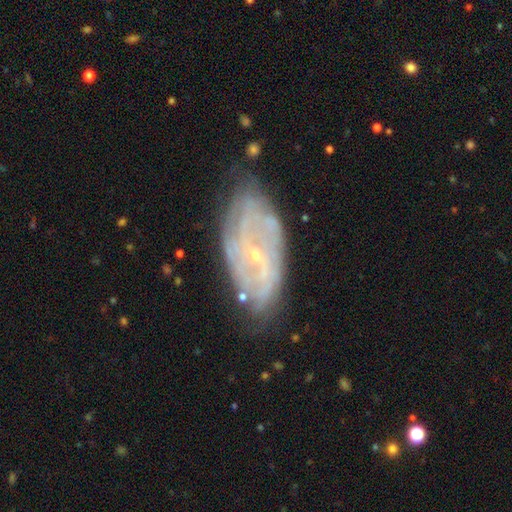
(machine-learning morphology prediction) Smooth or featured?
  - featured or disk: 78% *
  - smooth: 14%
  - star or artifact: 8%
Edge-on disk?
  - no: 92% *
  - yes: 8%
Bar?
  - no: 60% *
  - weak: 31%
  - strong: 9%
Spiral arms?
  - yes: 83% *
  - no: 17%
Spiral winding?
  - tight: 55% *
  - medium: 32%
  - loose: 13%
Spiral arm count?
  - can't tell: 49% *
  - 2: 19%
  - 3: 11%
  - 4: 10%
  - more than 4: 6%
  - 1: 5%
Bulge size?
  - small: 84% *
  - moderate: 12%
  - none: 2%
  - large: 1%
  - dominant: 1%
Merging?
  - none: 71% *
  - minor disturbance: 20%
  - major disturbance: 6%
  - merger: 2%